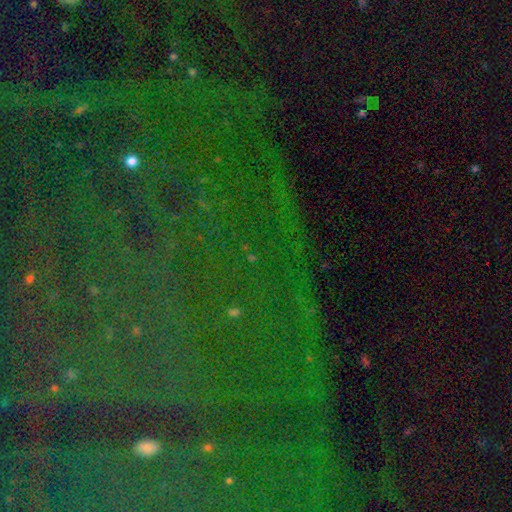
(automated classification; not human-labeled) star or artifact 81%, smooth 11%, featured or disk 8%.